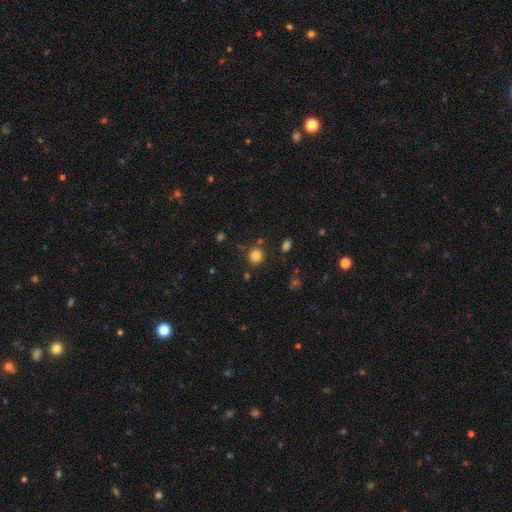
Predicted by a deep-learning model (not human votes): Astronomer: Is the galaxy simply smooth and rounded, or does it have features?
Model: smooth — 81%.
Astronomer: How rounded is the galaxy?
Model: round — 88%.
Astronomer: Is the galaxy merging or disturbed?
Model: none — 83%.